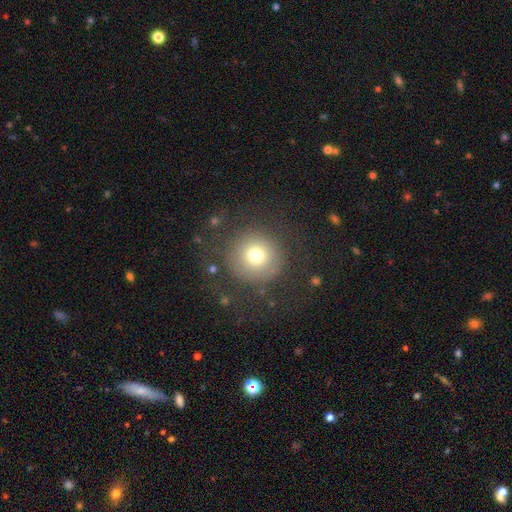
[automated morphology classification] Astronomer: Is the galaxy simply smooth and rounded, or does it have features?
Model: smooth — 72%.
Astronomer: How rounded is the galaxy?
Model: round — 95%.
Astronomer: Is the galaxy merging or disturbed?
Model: none — 79%.